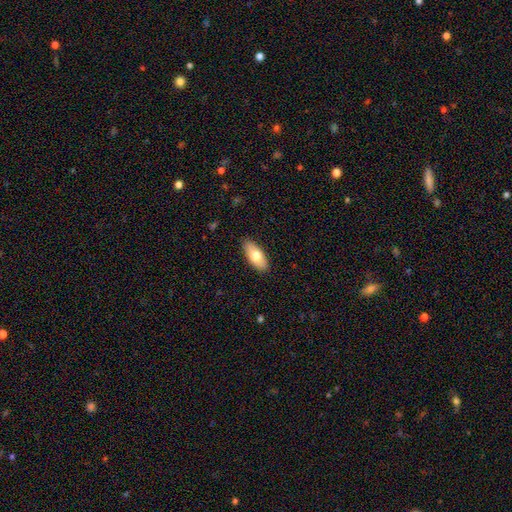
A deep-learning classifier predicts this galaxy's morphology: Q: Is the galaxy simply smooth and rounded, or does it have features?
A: smooth — 73%.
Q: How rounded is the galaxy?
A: in between — 86%.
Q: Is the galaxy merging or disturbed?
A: none — 88%.